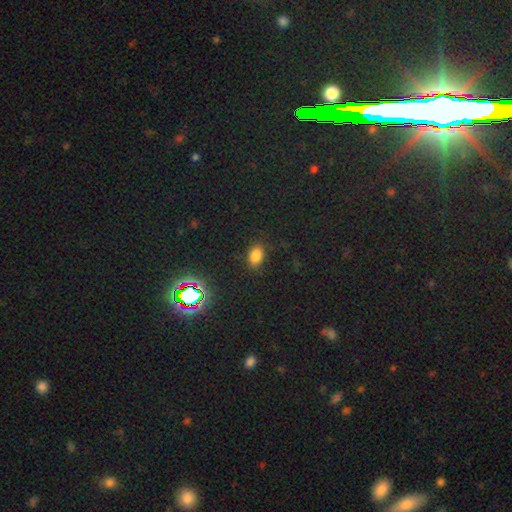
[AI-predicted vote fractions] This appears to be a smooth galaxy with no disk features (80%) that is in between round and cigar-shaped (80%). Merging: none (84%).